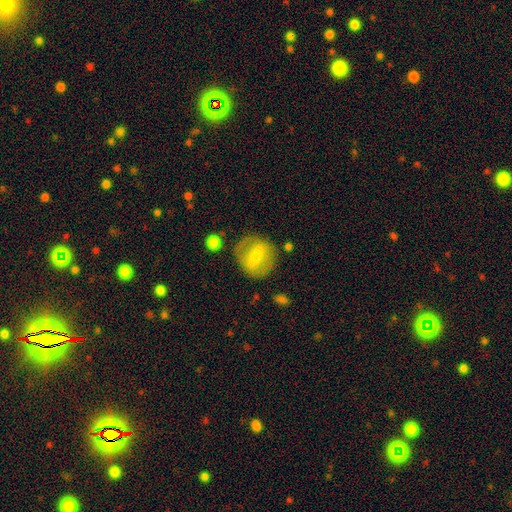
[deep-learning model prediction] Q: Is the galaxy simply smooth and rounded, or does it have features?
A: featured or disk — 48%.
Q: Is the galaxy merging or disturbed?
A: none — 78%.